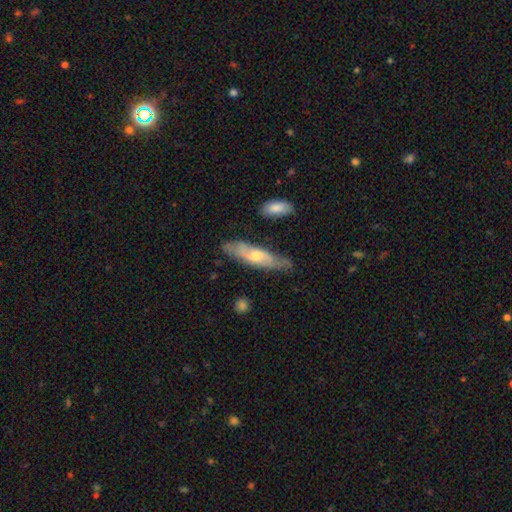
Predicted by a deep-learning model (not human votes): Smooth or featured? Predicted: featured or disk (p=0.50). Merging? Predicted: none (p=0.65).